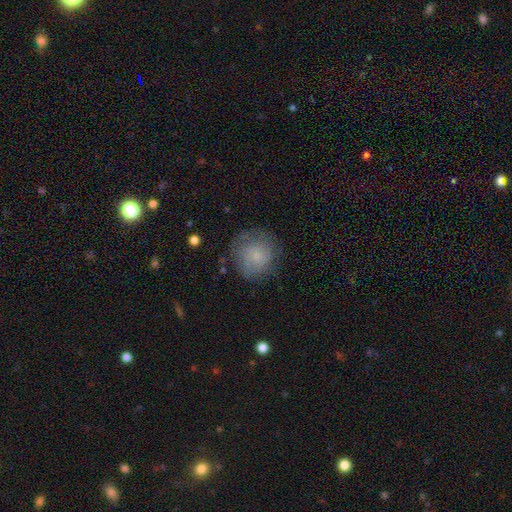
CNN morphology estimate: A smooth galaxy with no disk features (67%) that is round (91%). Merging: none (72%).